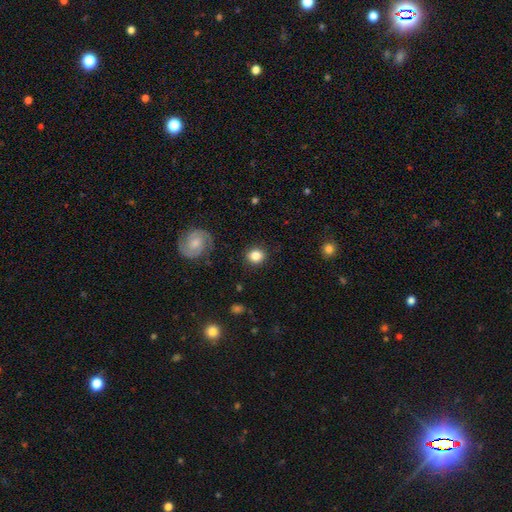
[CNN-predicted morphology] The model was most divided on "how rounded": round: 77%, in between: 22%, cigar-shaped: 1%. More confident: merging — none (87%); smooth or featured — smooth (81%).